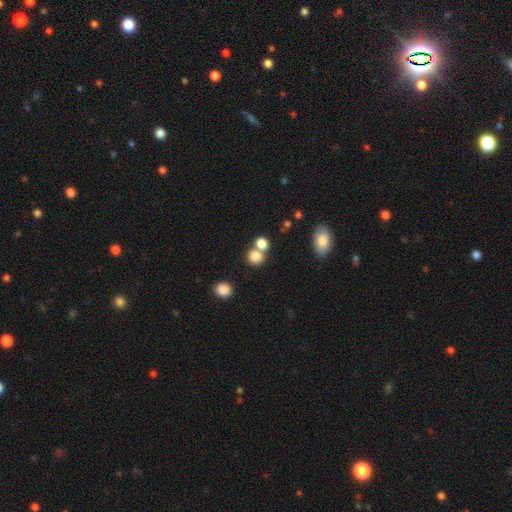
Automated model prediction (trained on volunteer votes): This is clearly a smooth galaxy (81%). How rounded: clearly round (81%). Merging: possibly none (49%).